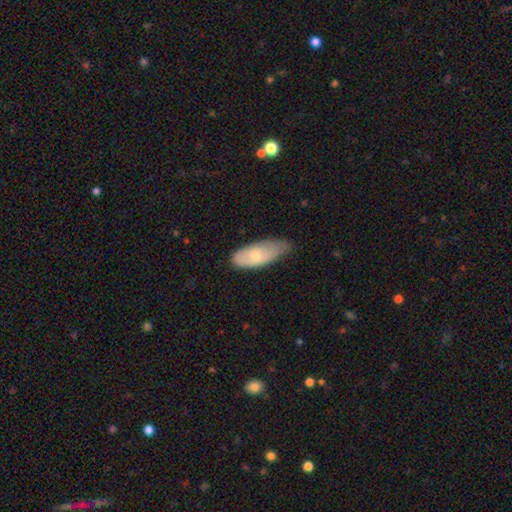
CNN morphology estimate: The model was most divided on "merging": none: 45%, minor disturbance: 44%, major disturbance: 9%, merger: 2%. More confident: how rounded — in between (82%); smooth or featured — smooth (70%).